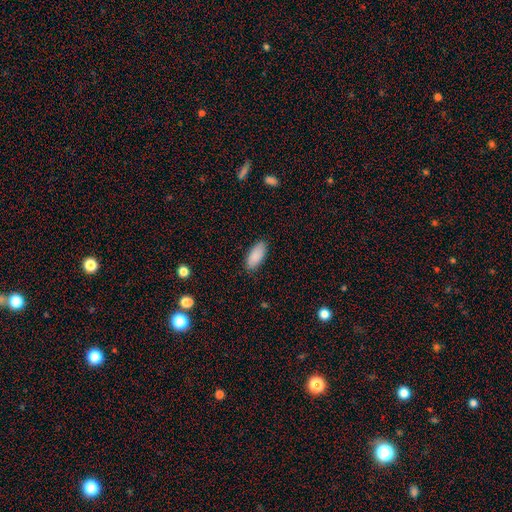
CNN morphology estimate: type=smooth (89%); roundness=in between (88%); merging=none (85%).